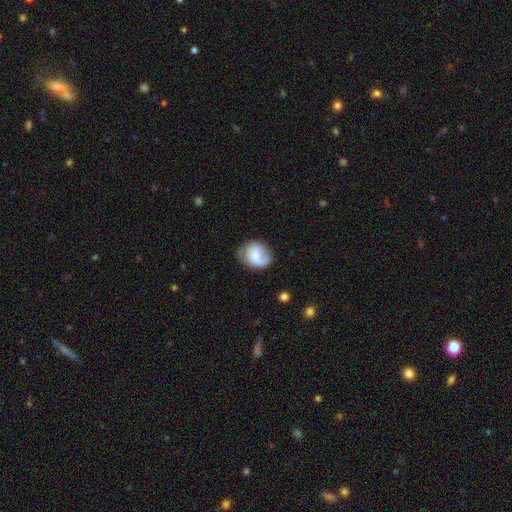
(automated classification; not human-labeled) The model was most divided on "smooth or featured": smooth: 49%, featured or disk: 43%, star or artifact: 7%. More confident: merging — none (57%).